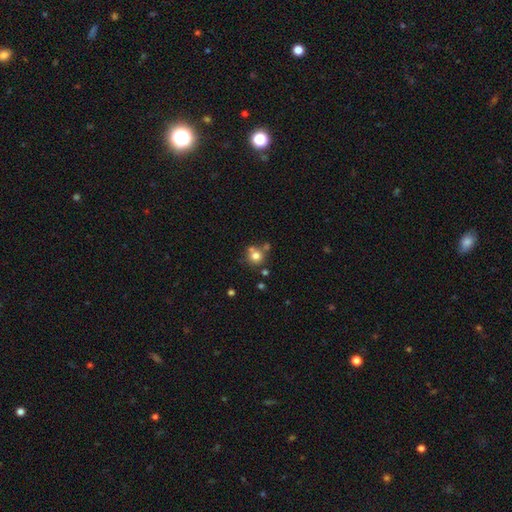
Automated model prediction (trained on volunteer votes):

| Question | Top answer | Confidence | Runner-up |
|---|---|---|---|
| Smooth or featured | smooth | 76% | star or artifact (13%) |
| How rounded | round | 89% | in between (10%) |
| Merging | none | 61% | merger (25%) |